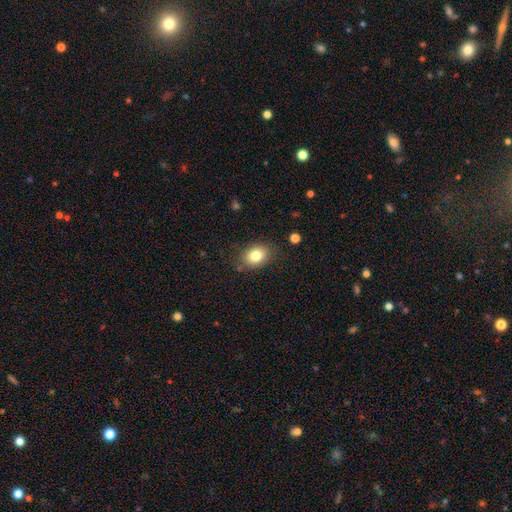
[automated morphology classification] Overall: smooth (82%). How rounded: in between (60%; round 39%). Merging: none (82%).